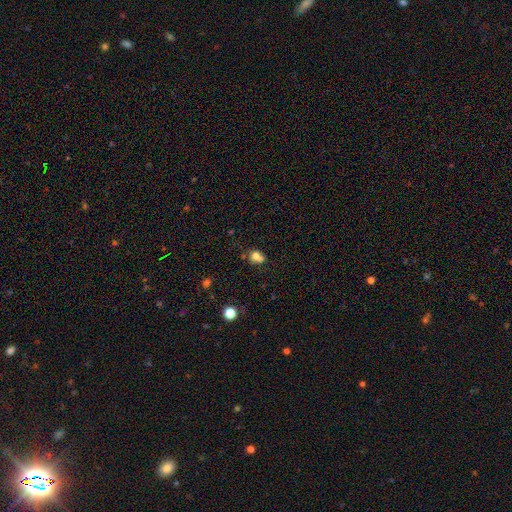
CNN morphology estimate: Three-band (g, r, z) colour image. It shows a smooth galaxy with no disk features (71%) that is round (51%). Merging: merger (39%).